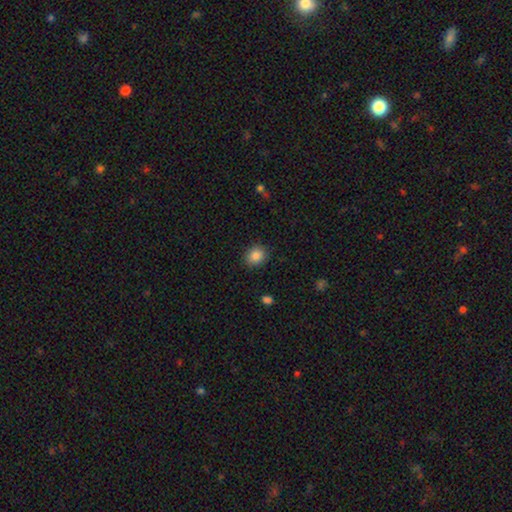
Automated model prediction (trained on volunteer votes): Smooth or featured: smooth — 86% (star or artifact — 9%)
How rounded: round — 73% (in between — 26%)
Merging: none — 88% (minor disturbance — 8%)